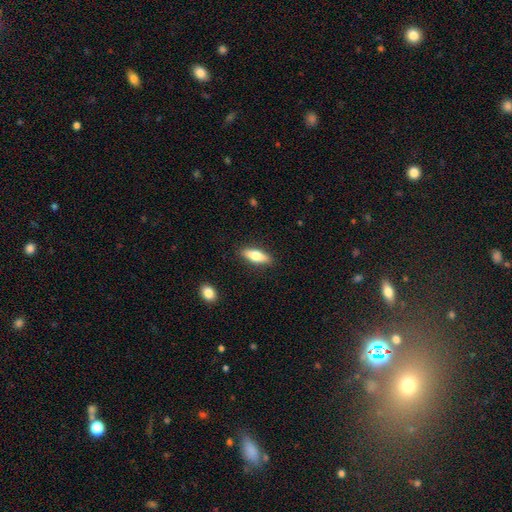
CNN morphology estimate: Overall: smooth (70%). How rounded: in between (60%; cigar-shaped 38%). Merging: none (88%).